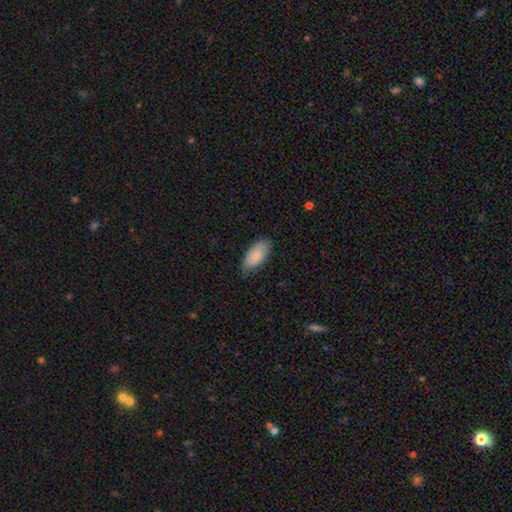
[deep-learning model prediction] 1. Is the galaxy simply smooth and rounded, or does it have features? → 82% smooth, 13% featured or disk, 6% star or artifact.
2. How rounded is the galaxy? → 92% in between, 6% cigar-shaped, 2% round.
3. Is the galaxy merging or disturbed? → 72% none, 24% minor disturbance, 3% major disturbance, 1% merger.